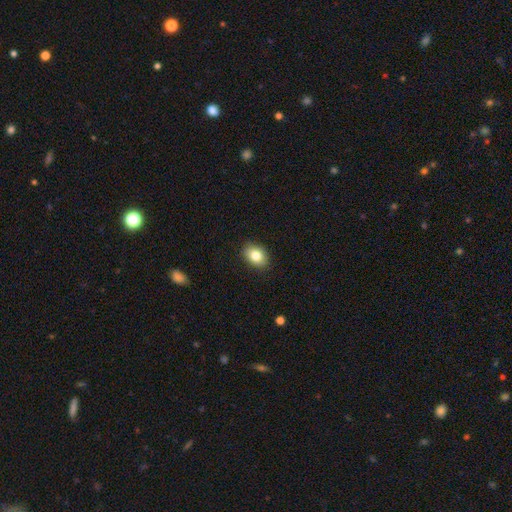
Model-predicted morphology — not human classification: A smooth galaxy with no disk features (82%) that is in between round and cigar-shaped (75%).

Vote fractions:
- Smooth or featured? smooth: 82% / featured or disk: 9% / star or artifact: 8%
- How rounded? in between: 75% / round: 24% / cigar-shaped: 1%
- Merging? none: 88% / minor disturbance: 9% / major disturbance: 2% / merger: 1%